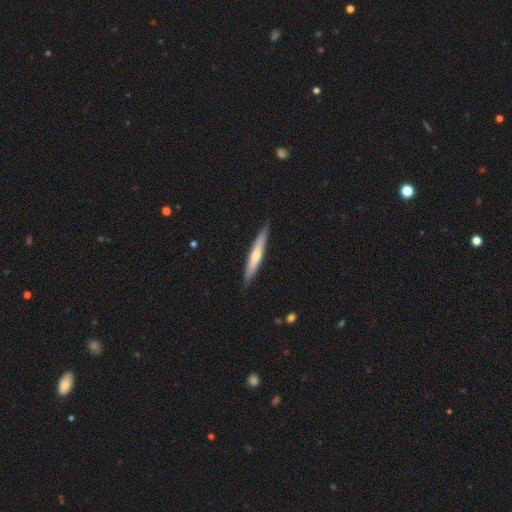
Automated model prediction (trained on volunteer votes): Smooth or featured? featured or disk (52%)
Edge-on disk? yes (94%)
Merging? none (89%)